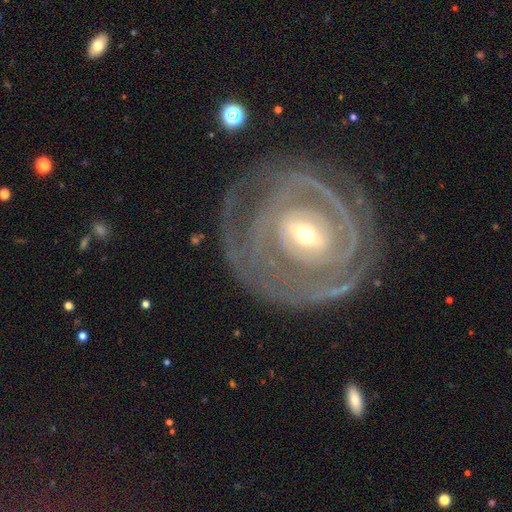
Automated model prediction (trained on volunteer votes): Overall: featured or disk (86%). Edge-on disk: no (96%). Bar: weak (37%; no 35%). Spiral arms: yes (85%). Spiral arm count: can't tell (39%; 2 24%). Spiral winding: tight (81%). Bulge size: small (51%; moderate 44%). Merging: none (74%).